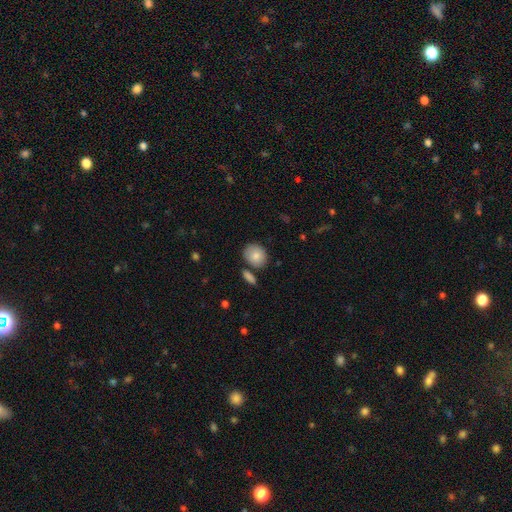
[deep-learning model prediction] Smooth or featured? Predicted: smooth (p=0.83). How rounded? Predicted: round (p=0.64). Merging? Predicted: none (p=0.72).